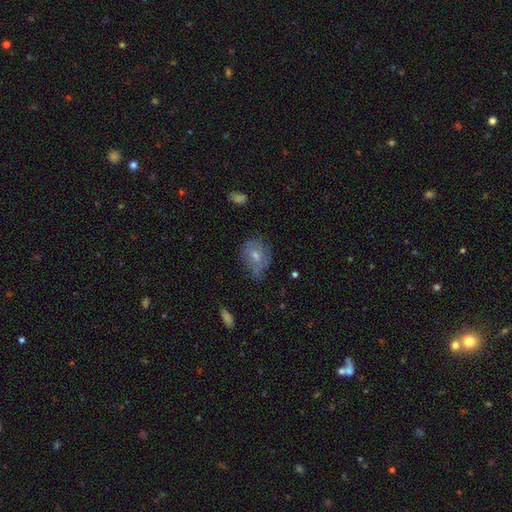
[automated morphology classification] A featured or disk galaxy (47%). Merging: none (59%).